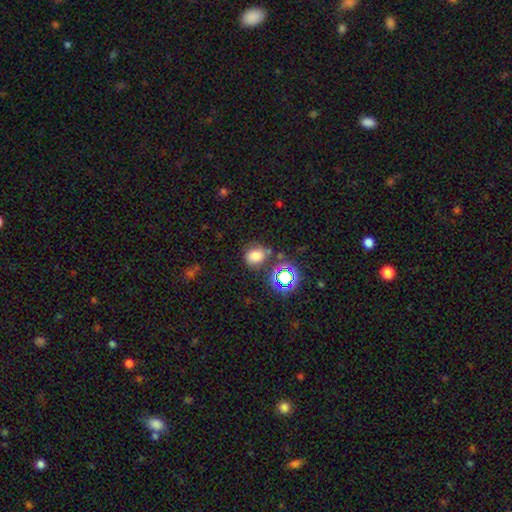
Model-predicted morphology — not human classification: This is likely a smooth galaxy (72%). How rounded: possibly round (59%). Merging: likely none (66%).